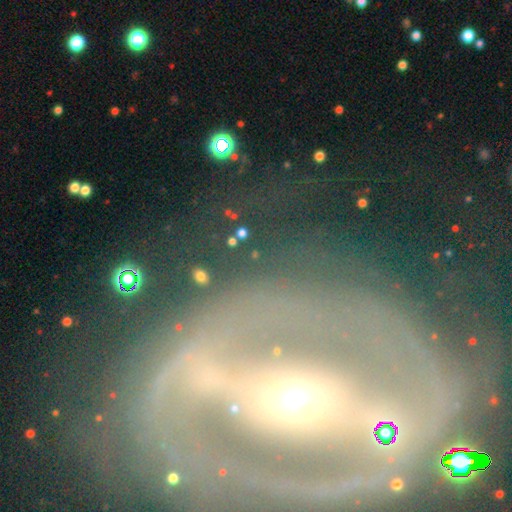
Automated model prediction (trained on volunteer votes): Q: Smooth or featured?
A: star or artifact (51%); runner-up: smooth (29%)